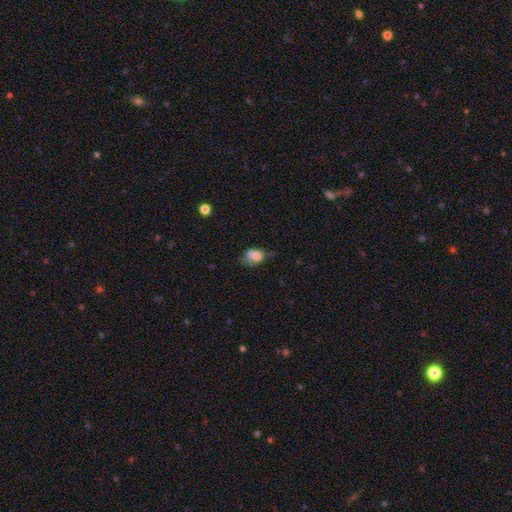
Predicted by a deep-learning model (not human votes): Smooth or featured?
  - smooth: 67% *
  - featured or disk: 23%
  - star or artifact: 10%
How rounded?
  - in between: 61% *
  - round: 38%
  - cigar-shaped: 2%
Merging?
  - merger: 35% *
  - none: 26%
  - minor disturbance: 23%
  - major disturbance: 16%